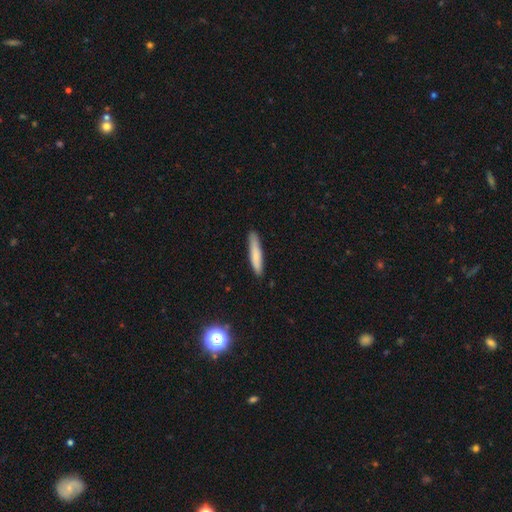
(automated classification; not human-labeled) Smooth or featured? smooth (78%)
How rounded? cigar-shaped (90%)
Merging? none (87%)